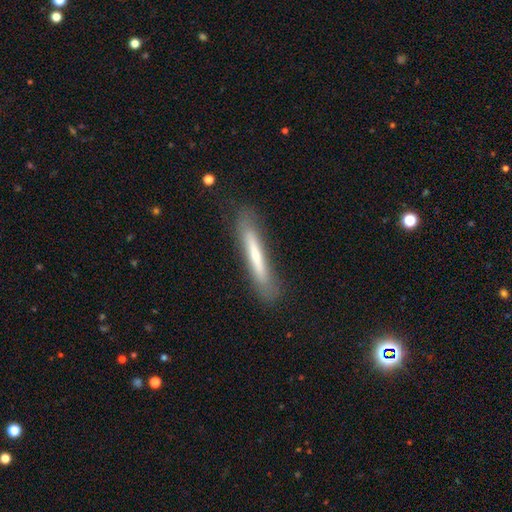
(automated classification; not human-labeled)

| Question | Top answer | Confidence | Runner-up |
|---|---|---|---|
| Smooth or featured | smooth | 51% | featured or disk (42%) |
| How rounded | cigar-shaped | 94% | in between (5%) |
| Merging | none | 80% | minor disturbance (14%) |